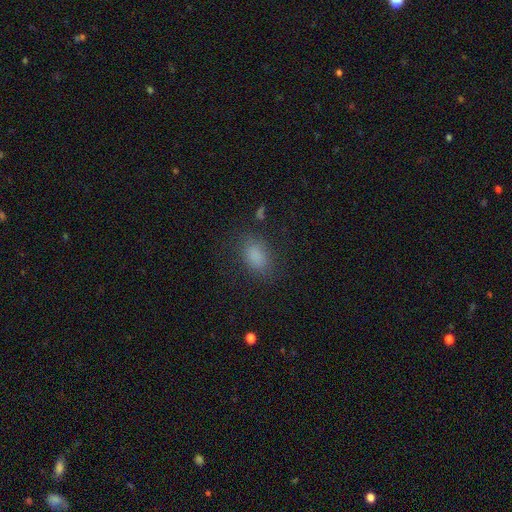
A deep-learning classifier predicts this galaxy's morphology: This appears to be a smooth galaxy with no disk features (83%) that is in between round and cigar-shaped (83%). Merging: none (77%).